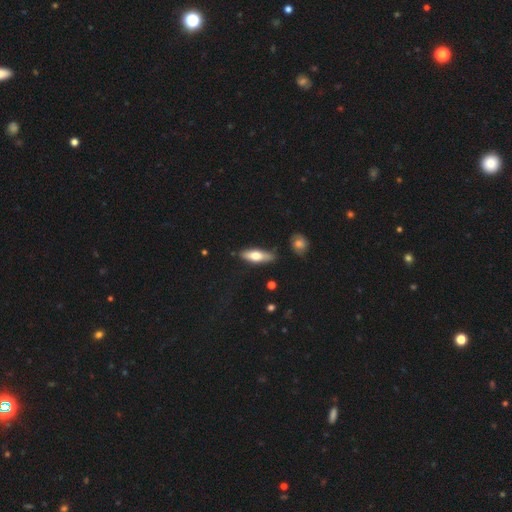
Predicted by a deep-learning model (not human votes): Morphology: type=smooth (63%); roundness=in between (52%); merging=none (79%).